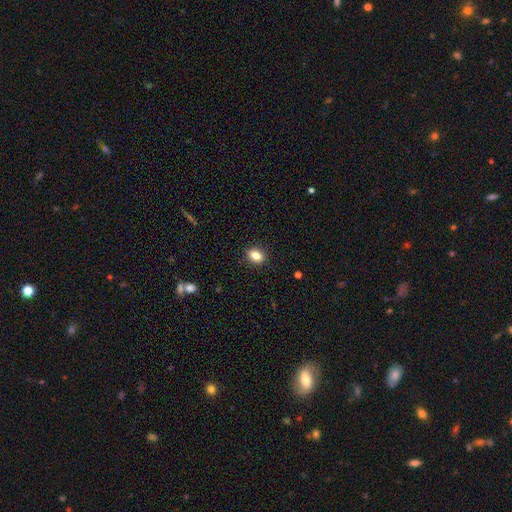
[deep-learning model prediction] Smooth or featured?
  - smooth: 82% *
  - star or artifact: 10%
  - featured or disk: 8%
How rounded?
  - in between: 67% *
  - round: 30%
  - cigar-shaped: 2%
Merging?
  - none: 89% *
  - minor disturbance: 8%
  - major disturbance: 2%
  - merger: 1%